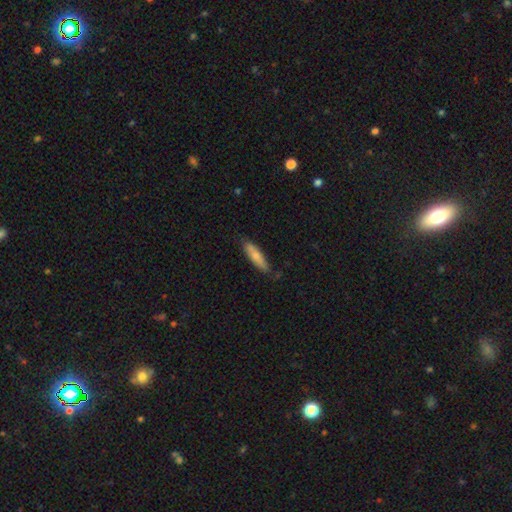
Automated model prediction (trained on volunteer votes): Smooth or featured? Predicted: smooth (p=0.71). How rounded? Predicted: cigar-shaped (p=0.66). Merging? Predicted: none (p=0.79).